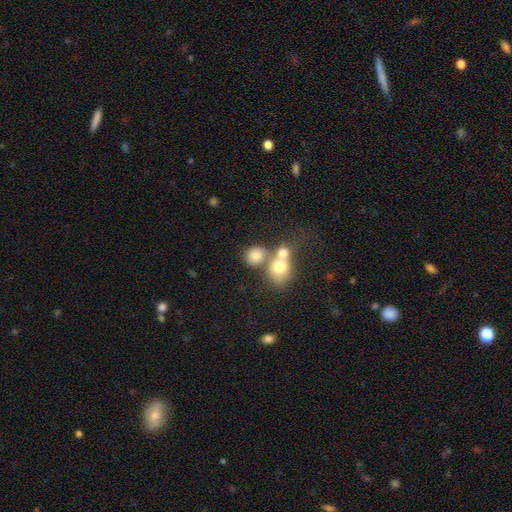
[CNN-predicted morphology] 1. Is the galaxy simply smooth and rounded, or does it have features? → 76% smooth, 13% featured or disk, 11% star or artifact.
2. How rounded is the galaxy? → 77% round, 22% in between, 1% cigar-shaped.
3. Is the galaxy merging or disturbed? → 46% merger, 41% none, 8% minor disturbance, 5% major disturbance.